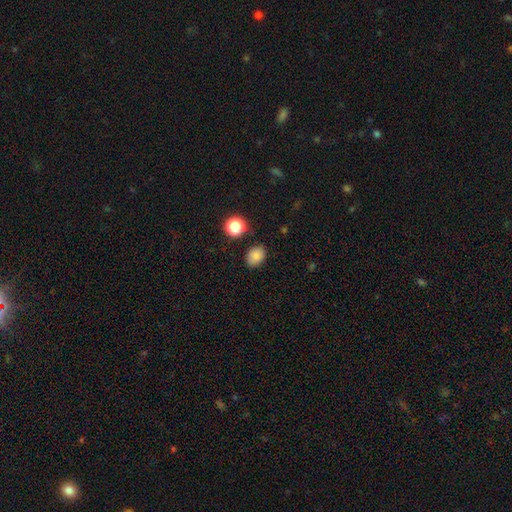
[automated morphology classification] A smooth galaxy with no disk features (84%) that is in between round and cigar-shaped (69%). Merging: none (83%).